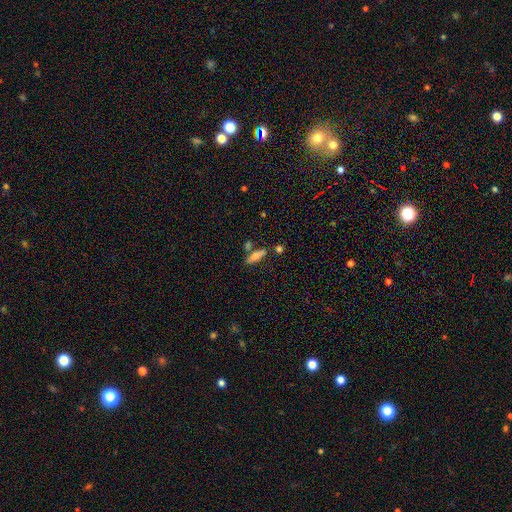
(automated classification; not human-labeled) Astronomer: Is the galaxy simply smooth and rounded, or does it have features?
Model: smooth — 68%.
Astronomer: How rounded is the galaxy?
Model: cigar-shaped — 63%.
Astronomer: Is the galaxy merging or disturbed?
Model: none — 70%.